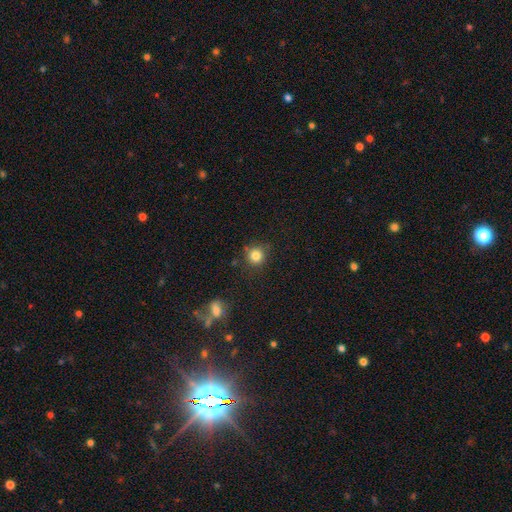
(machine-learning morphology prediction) Smooth or featured? Predicted: smooth (p=0.83). How rounded? Predicted: round (p=0.92). Merging? Predicted: none (p=0.82).